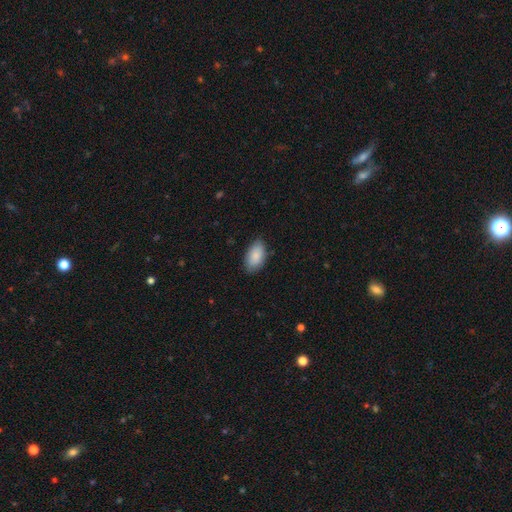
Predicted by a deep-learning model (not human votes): Q: Smooth or featured?
A: smooth (88%); runner-up: featured or disk (6%)
Q: How rounded?
A: in between (95%); runner-up: round (3%)
Q: Merging?
A: none (83%); runner-up: minor disturbance (14%)